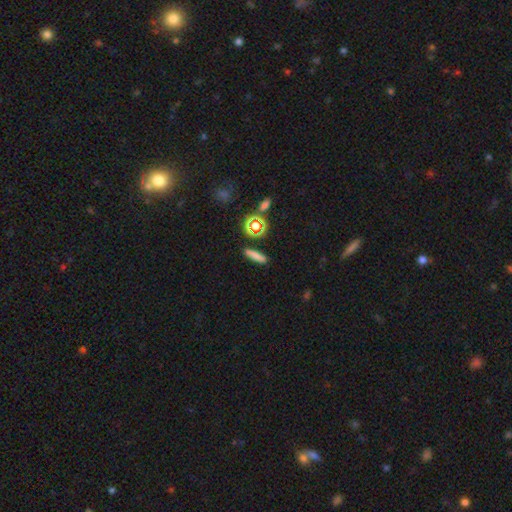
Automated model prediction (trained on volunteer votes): smooth_or_featured: smooth (p=0.74) [alt: star or artifact p=0.15]
how_rounded: cigar-shaped (p=0.76) [alt: in between p=0.17]
merging: none (p=0.85) [alt: minor disturbance p=0.09]